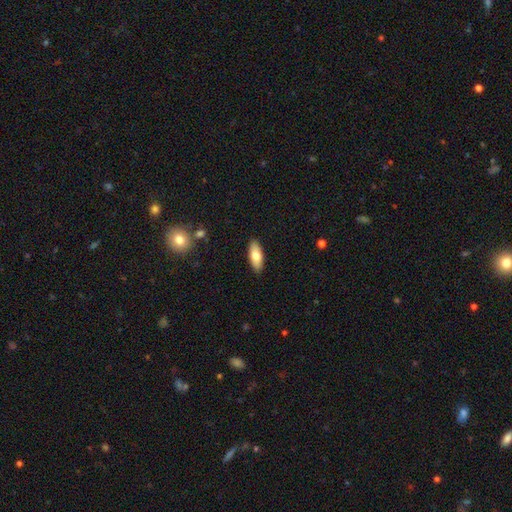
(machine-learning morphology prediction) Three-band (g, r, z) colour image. It shows a smooth galaxy with no disk features (75%) that is in between round and cigar-shaped (76%). Merging: none (89%).